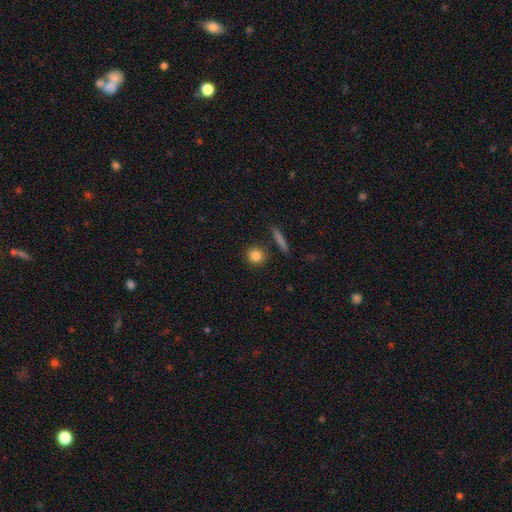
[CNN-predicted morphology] smooth-or-featured: smooth: 84% | star or artifact: 9% | featured or disk: 7%
  how-rounded: round: 88% | in between: 9% | cigar-shaped: 3%
  merging: none: 87% | minor disturbance: 7% | merger: 4% | major disturbance: 2%